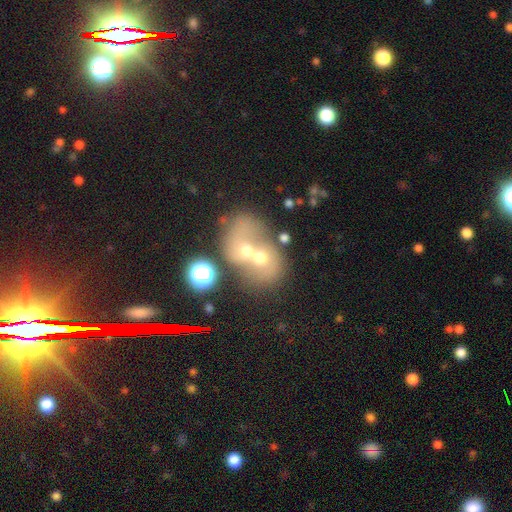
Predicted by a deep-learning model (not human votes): Smooth or featured? smooth (47%)
Merging? merger (73%)